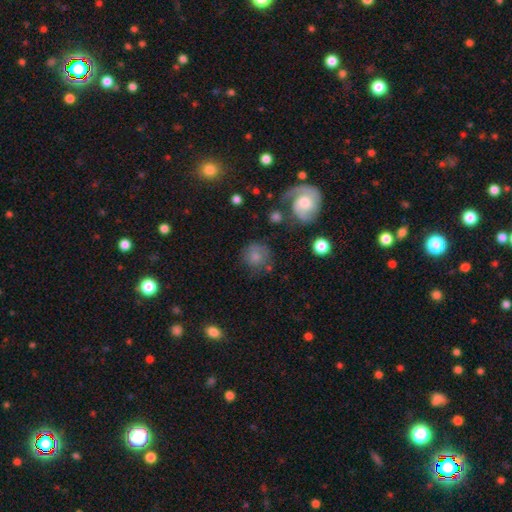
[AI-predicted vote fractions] Smooth or featured? Predicted: smooth (p=0.68). How rounded? Predicted: round (p=0.84). Merging? Predicted: none (p=0.60).